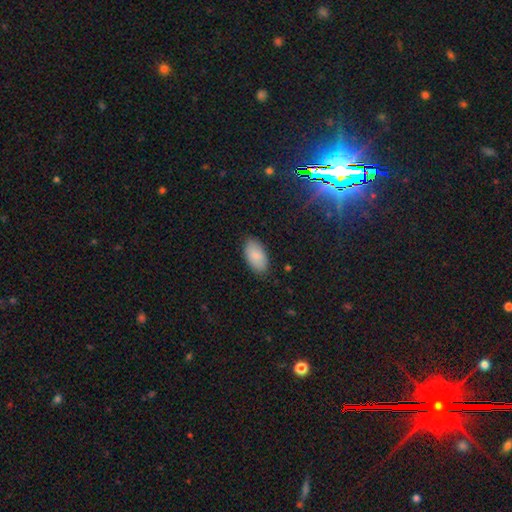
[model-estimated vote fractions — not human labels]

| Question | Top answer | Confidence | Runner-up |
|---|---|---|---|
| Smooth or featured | smooth | 87% | featured or disk (7%) |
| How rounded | in between | 95% | round (3%) |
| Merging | none | 85% | minor disturbance (12%) |